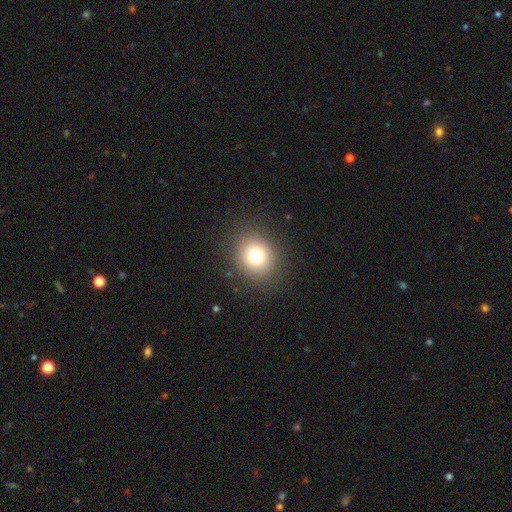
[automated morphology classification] Smooth or featured: smooth — 77% (star or artifact — 13%)
How rounded: round — 74% (in between — 25%)
Merging: none — 87% (minor disturbance — 8%)